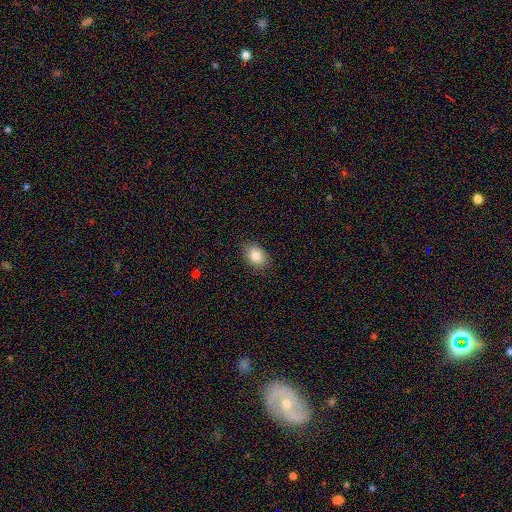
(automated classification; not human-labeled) Smooth or featured? Predicted: smooth (p=0.85). How rounded? Predicted: in between (p=0.82). Merging? Predicted: none (p=0.86).